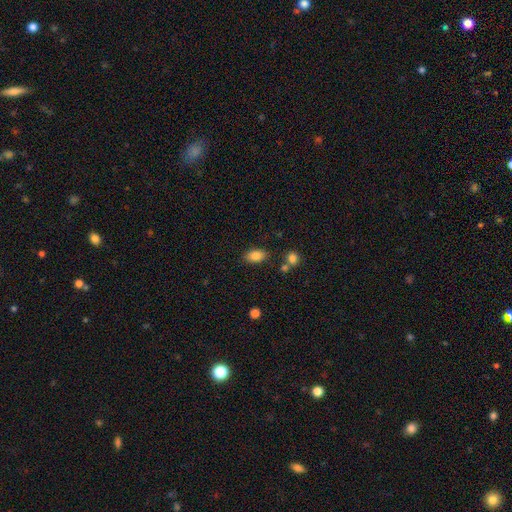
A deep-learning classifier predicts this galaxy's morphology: Smooth or featured?
  - smooth: 85% *
  - star or artifact: 9%
  - featured or disk: 6%
How rounded?
  - in between: 89% *
  - round: 8%
  - cigar-shaped: 3%
Merging?
  - none: 79% *
  - minor disturbance: 12%
  - merger: 5%
  - major disturbance: 4%